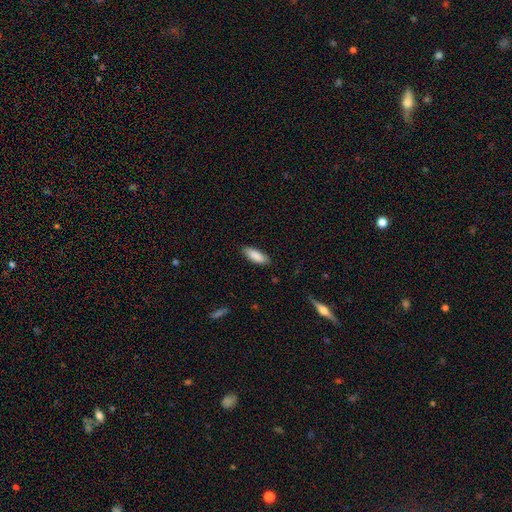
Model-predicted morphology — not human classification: Smooth or featured?
  - smooth: 89% *
  - star or artifact: 6%
  - featured or disk: 5%
How rounded?
  - in between: 72% *
  - cigar-shaped: 27%
  - round: 2%
Merging?
  - none: 86% *
  - minor disturbance: 11%
  - major disturbance: 2%
  - merger: 1%